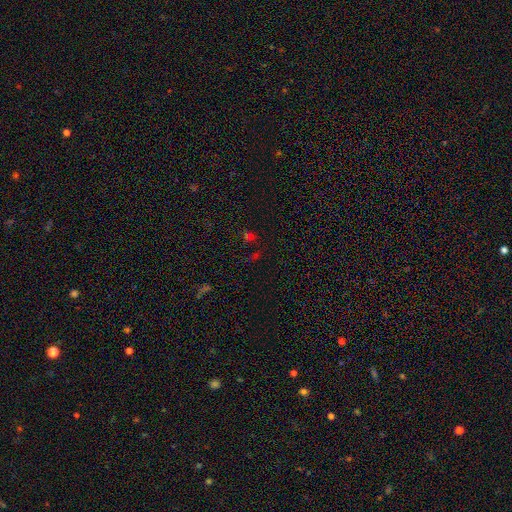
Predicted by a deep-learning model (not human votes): Smooth or featured? star or artifact (57%)